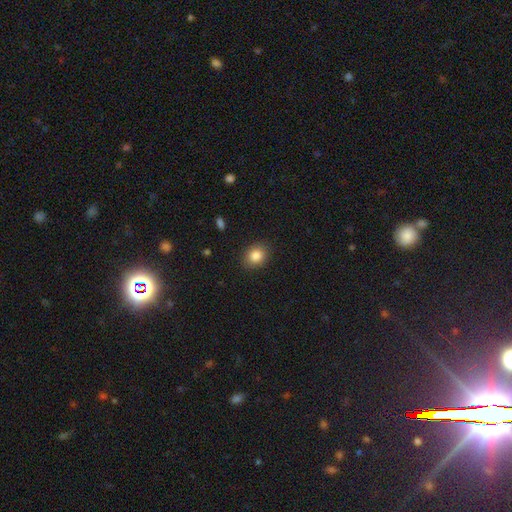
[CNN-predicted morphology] smooth 85%, star or artifact 9%, featured or disk 6%. Down the decision tree: how rounded — round (53%); merging — none (88%).